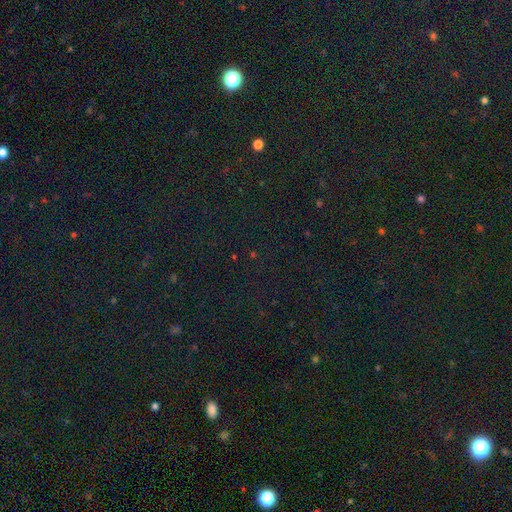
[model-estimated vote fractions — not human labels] star or artifact 81%, smooth 12%, featured or disk 7%.